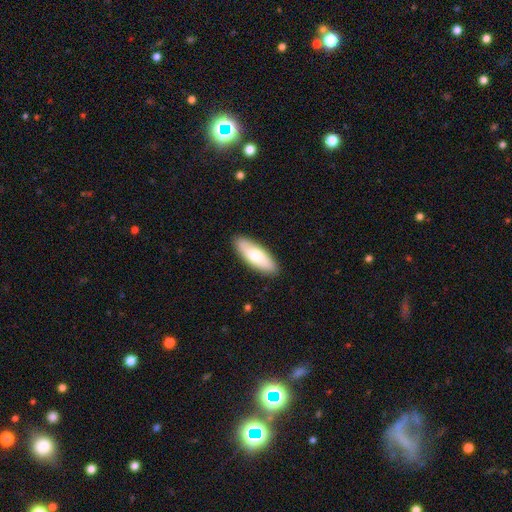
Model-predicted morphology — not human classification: Smooth or featured? smooth (71%)
How rounded? in between (69%)
Merging? none (88%)